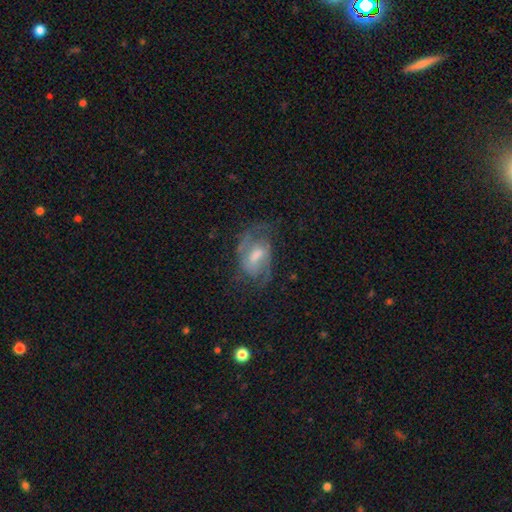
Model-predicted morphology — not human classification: Smooth or featured?
  - featured or disk: 77% *
  - smooth: 15%
  - star or artifact: 8%
Edge-on disk?
  - no: 96% *
  - yes: 4%
Bar?
  - weak: 53% *
  - no: 25%
  - strong: 22%
Spiral arms?
  - yes: 90% *
  - no: 10%
Spiral winding?
  - medium: 52% *
  - tight: 24%
  - loose: 24%
Spiral arm count?
  - 2: 72% *
  - can't tell: 14%
  - 3: 6%
  - 1: 4%
  - 4: 2%
  - more than 4: 2%
Bulge size?
  - moderate: 48% *
  - small: 28%
  - none: 12%
  - large: 11%
  - dominant: 1%
Merging?
  - none: 58% *
  - minor disturbance: 21%
  - major disturbance: 19%
  - merger: 2%